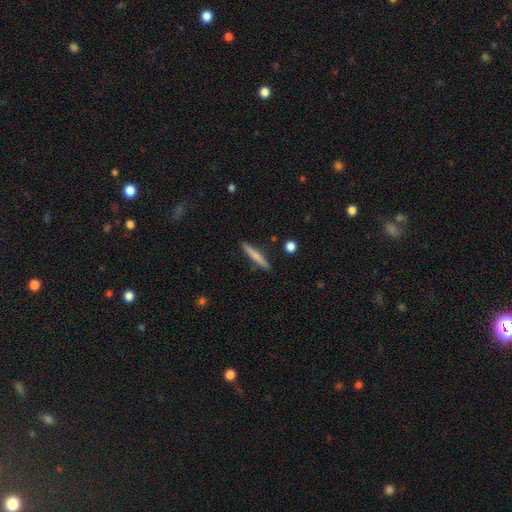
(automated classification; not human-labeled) Smooth or featured: smooth — 70% (featured or disk — 25%)
How rounded: cigar-shaped — 95% (in between — 4%)
Merging: none — 89% (minor disturbance — 7%)